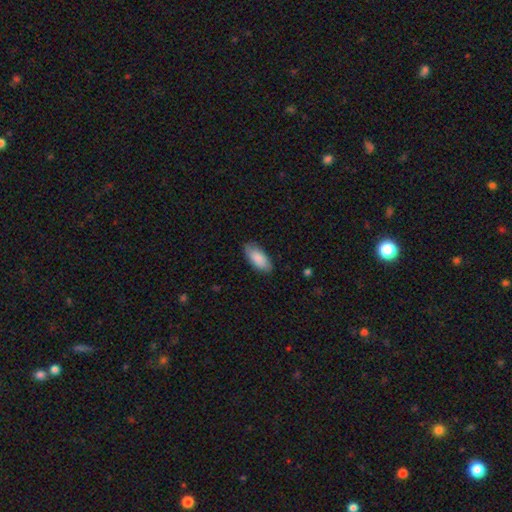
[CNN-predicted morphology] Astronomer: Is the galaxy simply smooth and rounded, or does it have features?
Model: smooth — 87%.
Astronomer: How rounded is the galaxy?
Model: in between — 86%.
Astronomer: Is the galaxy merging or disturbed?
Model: none — 86%.